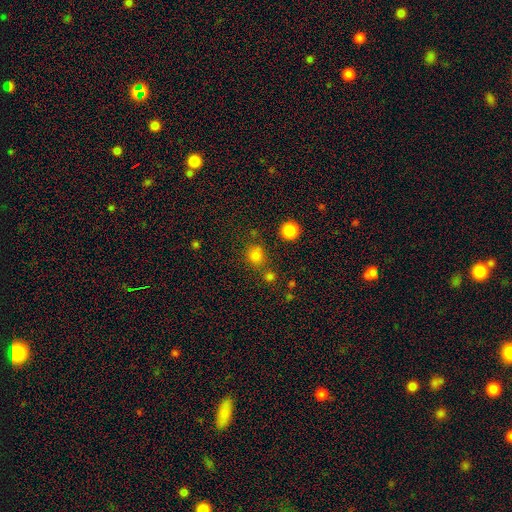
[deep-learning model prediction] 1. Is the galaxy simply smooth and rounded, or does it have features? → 79% smooth, 16% star or artifact, 5% featured or disk.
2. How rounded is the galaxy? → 84% round, 15% in between, 1% cigar-shaped.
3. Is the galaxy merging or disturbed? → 75% none, 10% merger, 10% minor disturbance, 4% major disturbance.